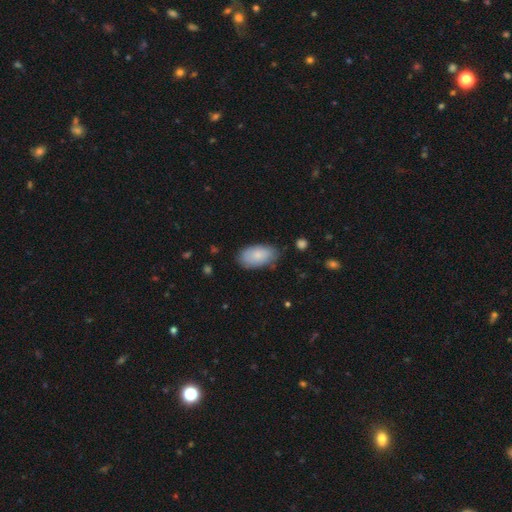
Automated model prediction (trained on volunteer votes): smooth_or_featured: smooth (p=0.81) [alt: featured or disk p=0.13]
how_rounded: in between (p=0.94) [alt: round p=0.03]
merging: none (p=0.75) [alt: minor disturbance p=0.19]